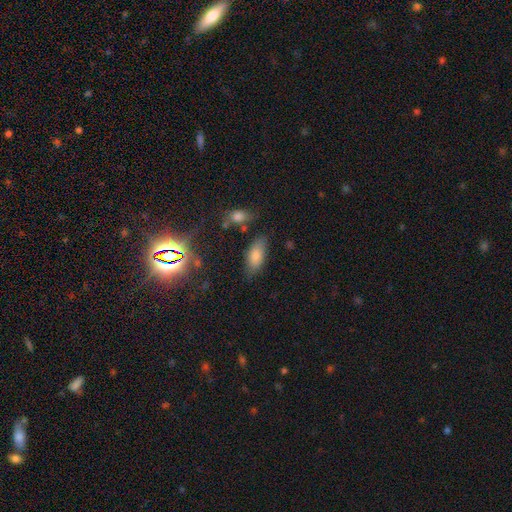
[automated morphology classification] Smooth or featured? Predicted: smooth (p=0.80). How rounded? Predicted: in between (p=0.87). Merging? Predicted: none (p=0.72).